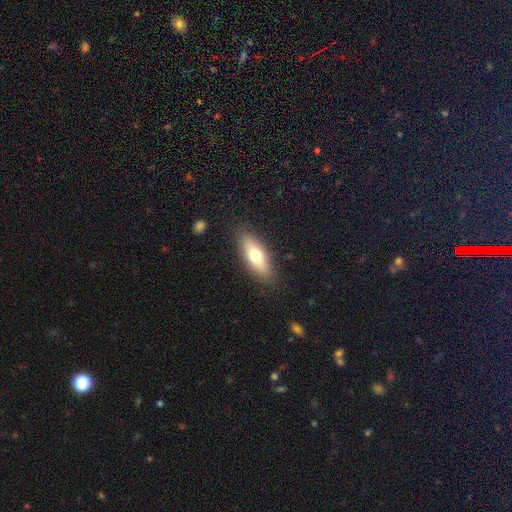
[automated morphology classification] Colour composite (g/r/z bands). It shows a smooth galaxy with no disk features (69%) that is in between round and cigar-shaped (63%). Merging: none (86%).